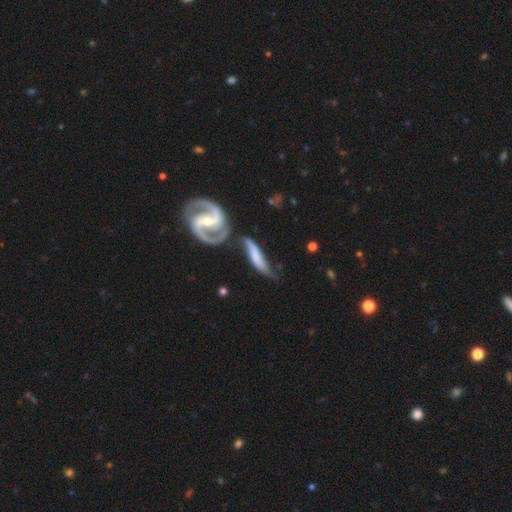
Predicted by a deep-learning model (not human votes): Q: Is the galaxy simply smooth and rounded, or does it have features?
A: featured or disk — 59%.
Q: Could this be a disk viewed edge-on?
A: no — 69%.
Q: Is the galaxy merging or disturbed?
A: none — 45%.